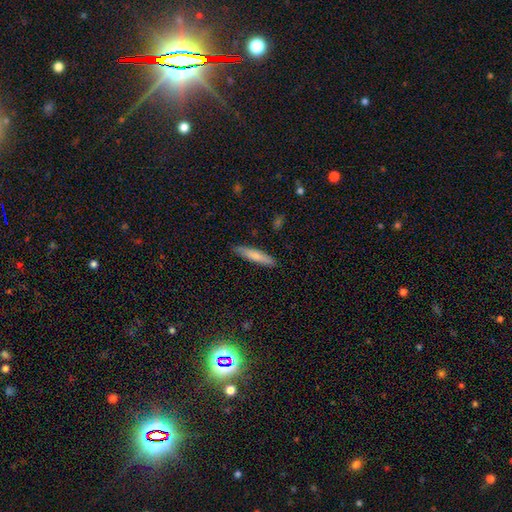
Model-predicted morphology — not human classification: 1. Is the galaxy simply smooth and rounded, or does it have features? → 76% smooth, 18% featured or disk, 6% star or artifact.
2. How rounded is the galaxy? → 88% cigar-shaped, 11% in between, 1% round.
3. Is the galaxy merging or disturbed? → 86% none, 11% minor disturbance, 2% major disturbance, 1% merger.